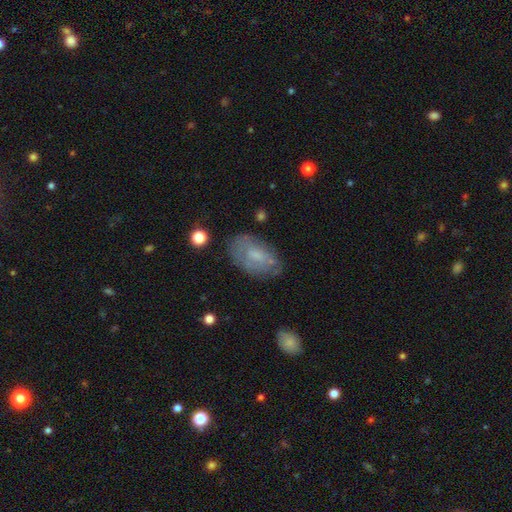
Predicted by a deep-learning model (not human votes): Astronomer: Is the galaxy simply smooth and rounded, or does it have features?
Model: smooth — 54% (runner-up: featured or disk, 38%).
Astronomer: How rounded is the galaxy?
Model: in between — 92%.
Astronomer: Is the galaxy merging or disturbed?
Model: none — 65%.